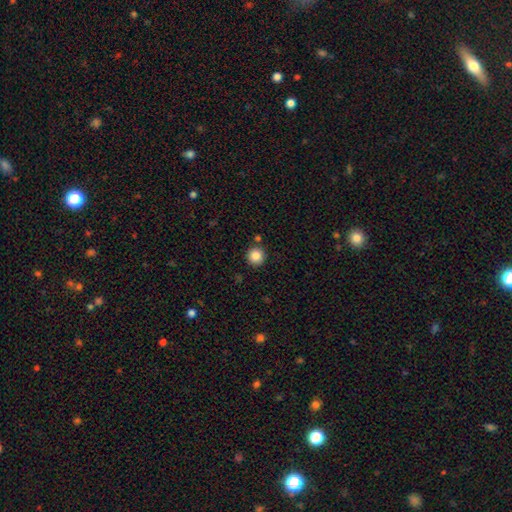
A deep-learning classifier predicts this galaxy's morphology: Smooth or featured?
  - smooth: 86% *
  - star or artifact: 10%
  - featured or disk: 4%
How rounded?
  - round: 95% *
  - in between: 4%
  - cigar-shaped: 1%
Merging?
  - none: 87% *
  - minor disturbance: 6%
  - merger: 4%
  - major disturbance: 2%